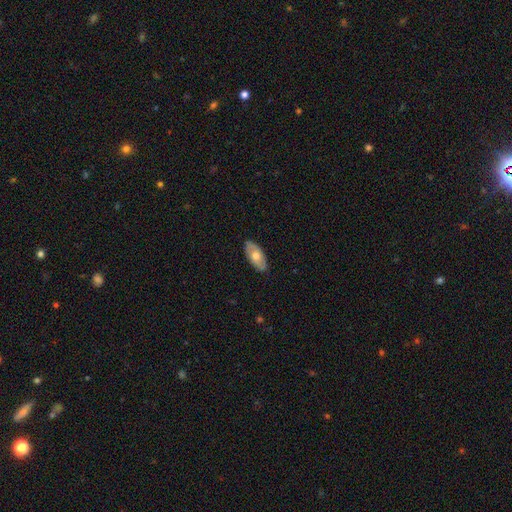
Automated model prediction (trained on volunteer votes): A smooth galaxy with no disk features (58%) that is in between round and cigar-shaped (91%).

Vote fractions:
- Smooth or featured? smooth: 58% / featured or disk: 36% / star or artifact: 6%
- How rounded? in between: 91% / cigar-shaped: 5% / round: 3%
- Merging? none: 84% / minor disturbance: 13% / major disturbance: 2% / merger: 1%